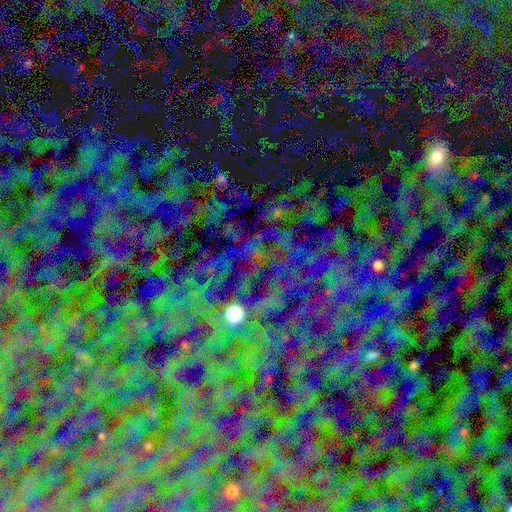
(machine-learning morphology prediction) type=star or artifact (78%).